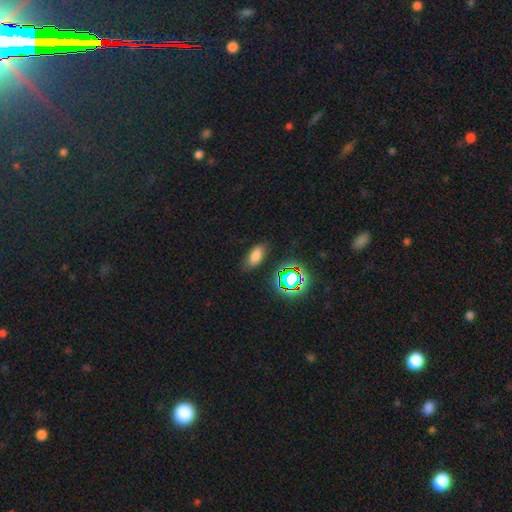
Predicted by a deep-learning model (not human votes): Morphology: type=smooth (70%); roundness=in between (88%); merging=none (79%).